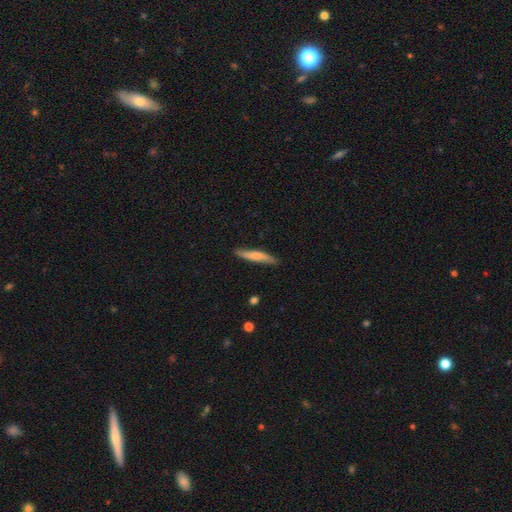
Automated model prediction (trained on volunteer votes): smooth_or_featured: smooth (p=0.63) [alt: featured or disk p=0.32]
how_rounded: cigar-shaped (p=0.91) [alt: in between p=0.07]
merging: none (p=0.83) [alt: minor disturbance p=0.14]